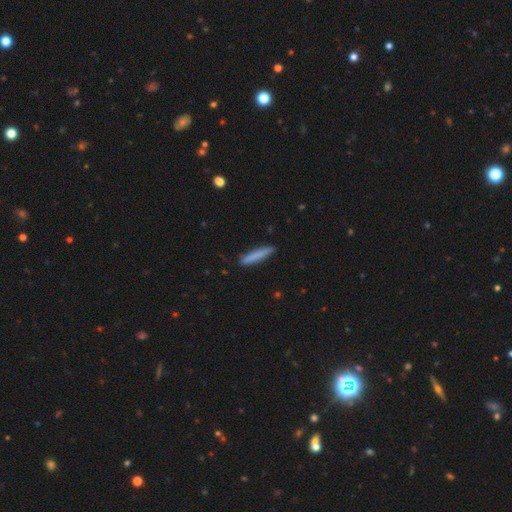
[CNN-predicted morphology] Smooth or featured? smooth (81%)
How rounded? cigar-shaped (93%)
Merging? none (89%)